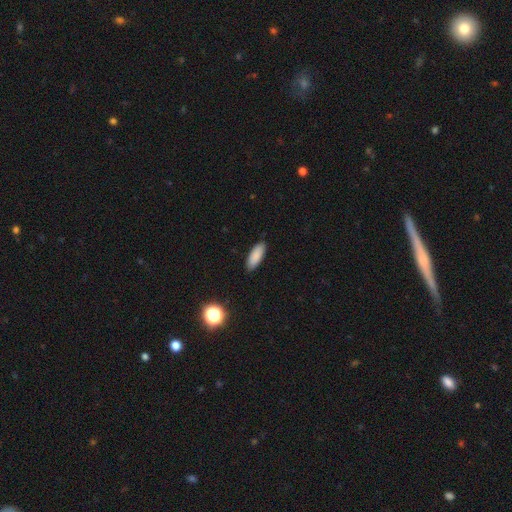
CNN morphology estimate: Smooth or featured? Predicted: smooth (p=0.88). How rounded? Predicted: in between (p=0.72). Merging? Predicted: none (p=0.88).